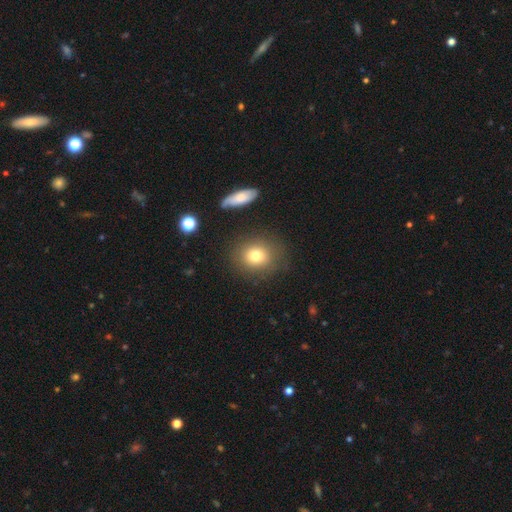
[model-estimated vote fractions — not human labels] Q: Smooth or featured?
A: smooth (78%); runner-up: featured or disk (11%)
Q: How rounded?
A: round (71%); runner-up: in between (28%)
Q: Merging?
A: none (81%); runner-up: minor disturbance (11%)